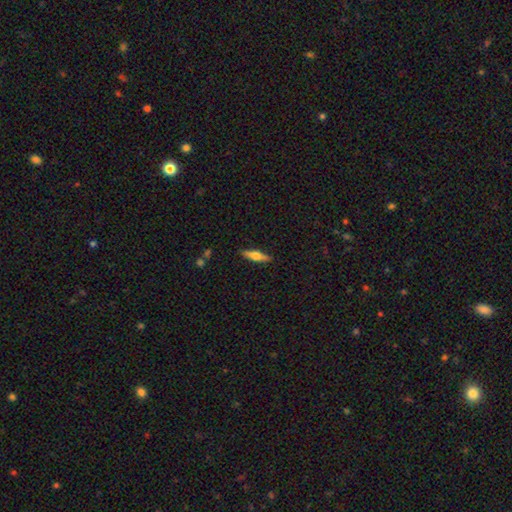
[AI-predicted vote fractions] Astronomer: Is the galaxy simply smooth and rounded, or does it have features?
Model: featured or disk — 49% (runner-up: smooth, 45%).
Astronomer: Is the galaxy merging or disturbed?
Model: none — 88%.